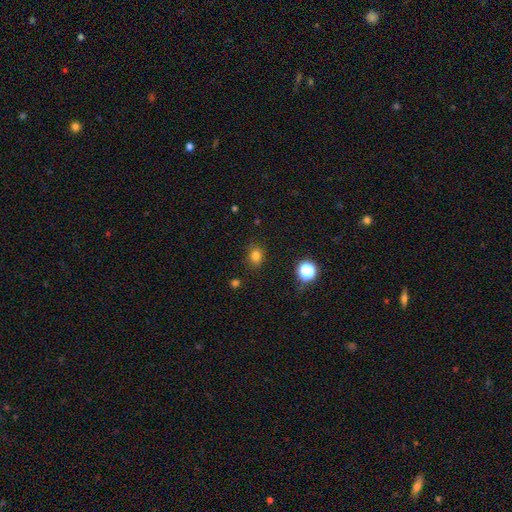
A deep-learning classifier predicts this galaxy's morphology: Q: Smooth or featured?
A: smooth (79%); runner-up: star or artifact (15%)
Q: How rounded?
A: round (63%); runner-up: in between (36%)
Q: Merging?
A: none (84%); runner-up: minor disturbance (12%)